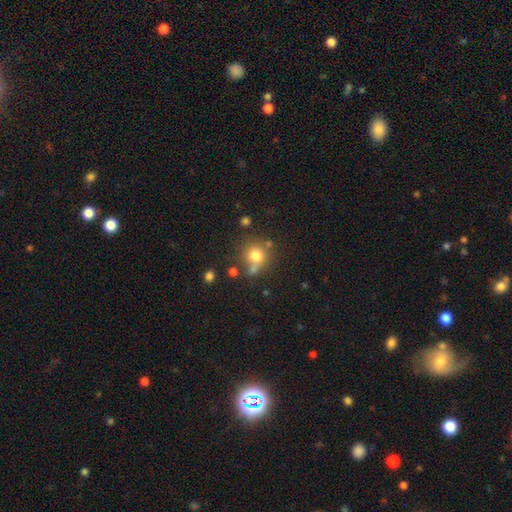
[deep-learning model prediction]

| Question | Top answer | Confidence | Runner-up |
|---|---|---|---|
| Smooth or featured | smooth | 76% | star or artifact (13%) |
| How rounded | round | 88% | in between (11%) |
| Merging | none | 61% | merger (19%) |